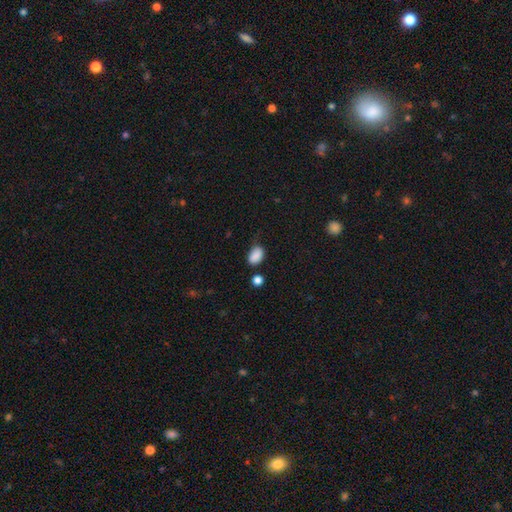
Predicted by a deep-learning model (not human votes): A smooth galaxy with no disk features (87%) that is in between round and cigar-shaped (80%).

Vote fractions:
- Smooth or featured? smooth: 87% / star or artifact: 9% / featured or disk: 4%
- How rounded? in between: 80% / round: 19% / cigar-shaped: 1%
- Merging? none: 59% / minor disturbance: 29% / major disturbance: 7% / merger: 5%